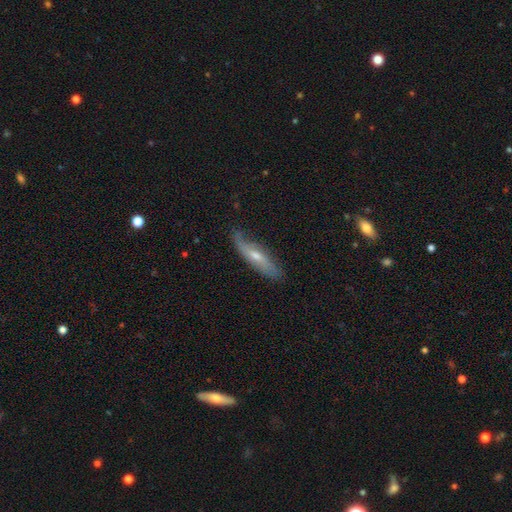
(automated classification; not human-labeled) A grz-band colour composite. It shows a featured or disk galaxy (59%). Merging: none (65%).